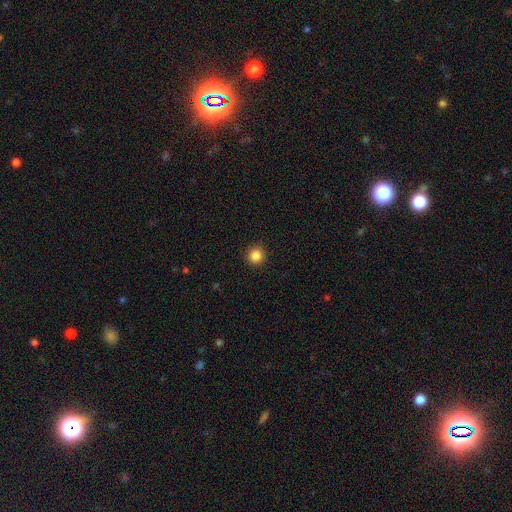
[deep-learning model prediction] Smooth or featured? smooth (85%)
How rounded? round (94%)
Merging? none (92%)